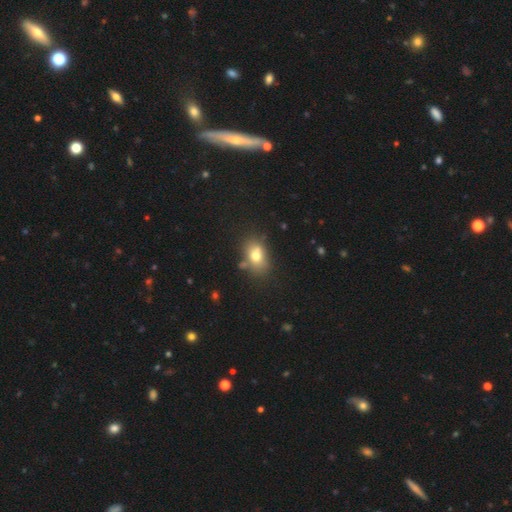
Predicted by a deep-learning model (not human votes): A smooth galaxy with no disk features (72%) that is in between round and cigar-shaped (75%). Merging: none (62%).